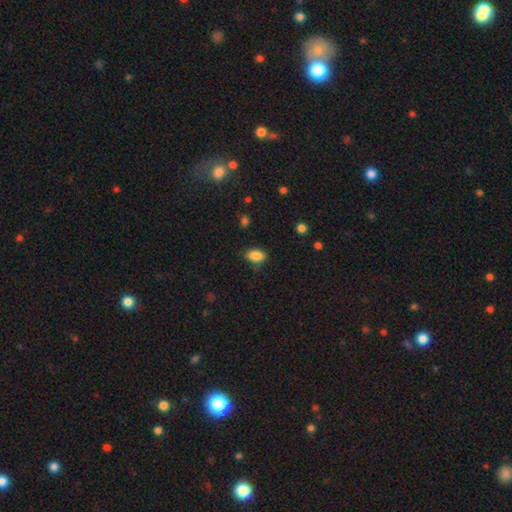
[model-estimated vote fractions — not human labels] A smooth galaxy with no disk features (87%) that is in between round and cigar-shaped (90%). Merging: none (77%).